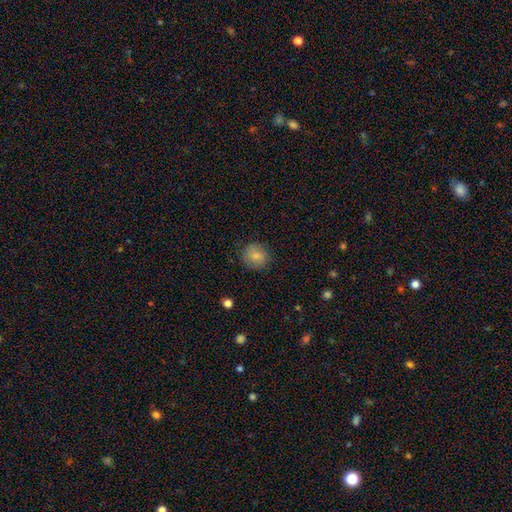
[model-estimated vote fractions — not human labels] A smooth galaxy with no disk features (82%) that is round (79%). Merging: none (84%).